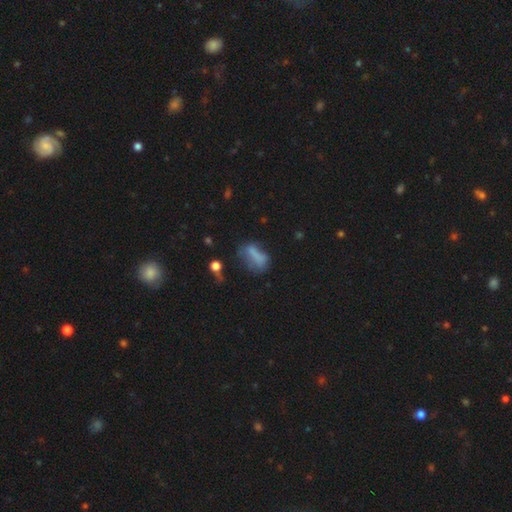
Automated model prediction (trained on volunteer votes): smooth-or-featured: smooth: 63% | featured or disk: 23% | star or artifact: 14%
  how-rounded: in between: 65% | cigar-shaped: 26% | round: 10%
  merging: none: 36% | major disturbance: 27% | minor disturbance: 25% | merger: 11%